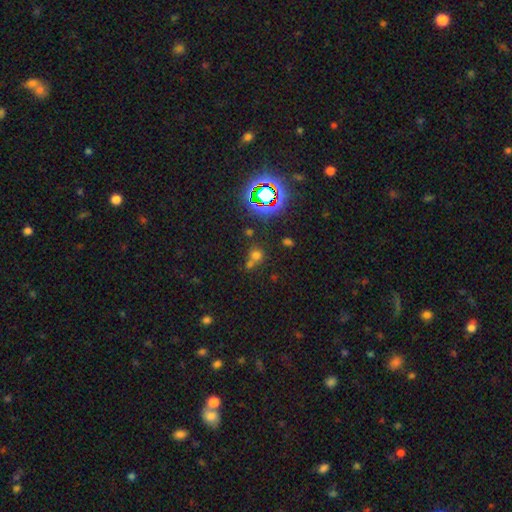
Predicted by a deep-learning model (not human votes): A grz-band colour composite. It shows a smooth galaxy with no disk features (53%) that is round (79%). Merging: none (48%).